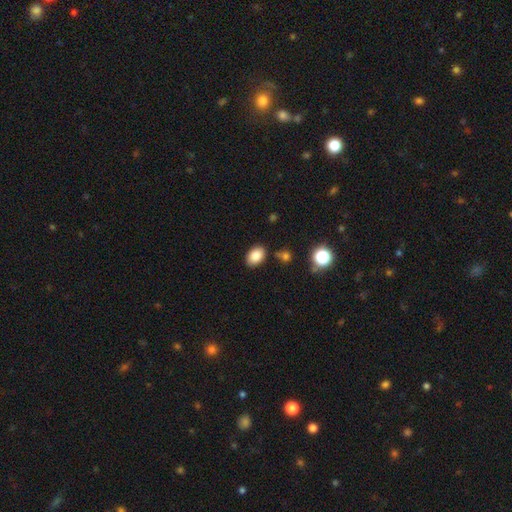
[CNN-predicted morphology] This appears to be a smooth galaxy with no disk features (85%) that is in between round and cigar-shaped (85%). Merging: none (83%).